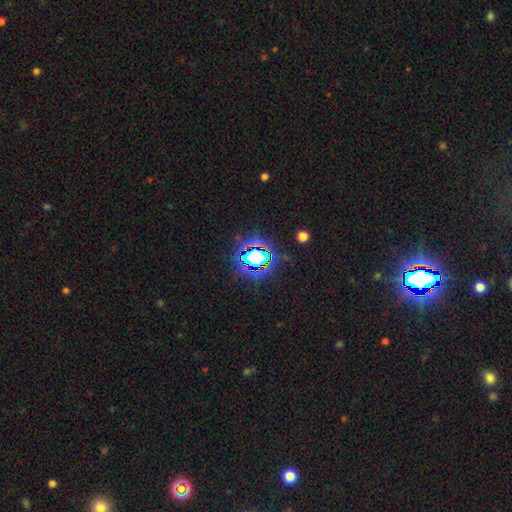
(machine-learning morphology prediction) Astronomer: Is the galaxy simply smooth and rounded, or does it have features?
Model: star or artifact — 68%.